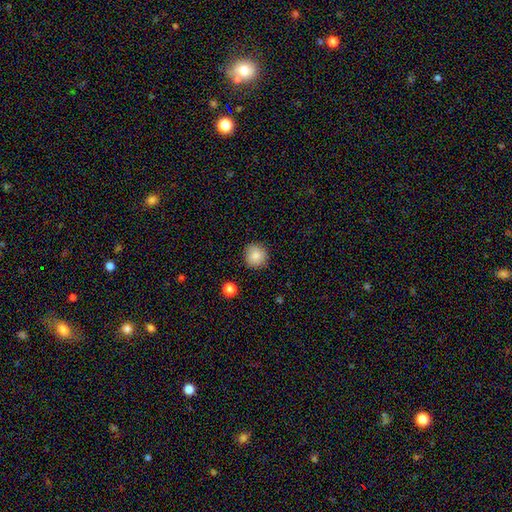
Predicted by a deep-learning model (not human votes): Q: Smooth or featured?
A: smooth (85%); runner-up: star or artifact (9%)
Q: How rounded?
A: round (93%); runner-up: in between (6%)
Q: Merging?
A: none (88%); runner-up: minor disturbance (9%)